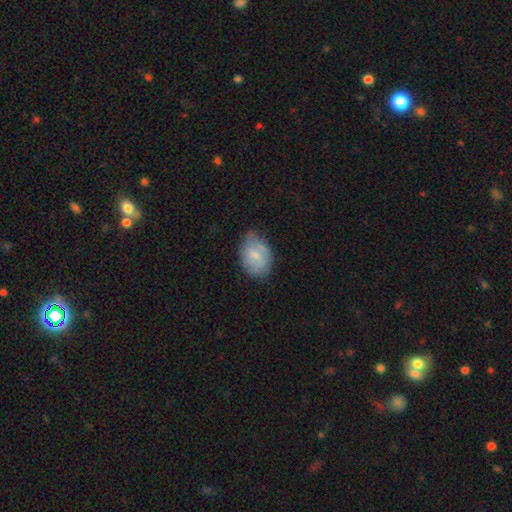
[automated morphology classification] A smooth galaxy with no disk features (67%) that is in between round and cigar-shaped (76%).

Vote fractions:
- Smooth or featured? smooth: 67% / featured or disk: 26% / star or artifact: 7%
- How rounded? in between: 76% / round: 23% / cigar-shaped: 1%
- Merging? none: 52% / minor disturbance: 37% / major disturbance: 9% / merger: 2%